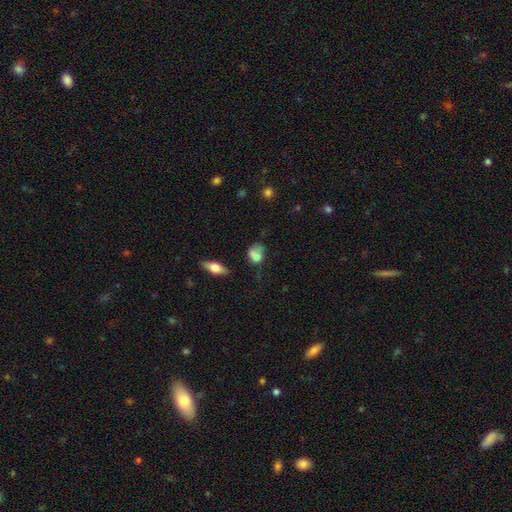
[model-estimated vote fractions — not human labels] Smooth or featured?
  - smooth: 71% *
  - featured or disk: 18%
  - star or artifact: 11%
How rounded?
  - in between: 62% *
  - round: 35%
  - cigar-shaped: 3%
Merging?
  - none: 35% *
  - minor disturbance: 29%
  - major disturbance: 19%
  - merger: 16%